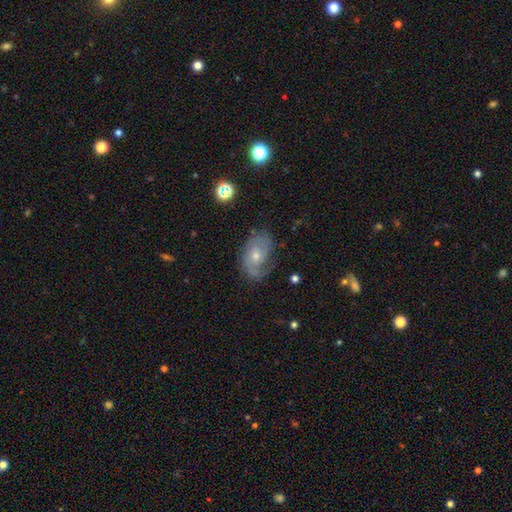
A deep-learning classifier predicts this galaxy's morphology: This appears to be a featured or disk galaxy (75%) with no bar (72%), 2 (43%) tight (46%) spiral arms (91%) and a small central bulge (51%). Merging: none (67%).